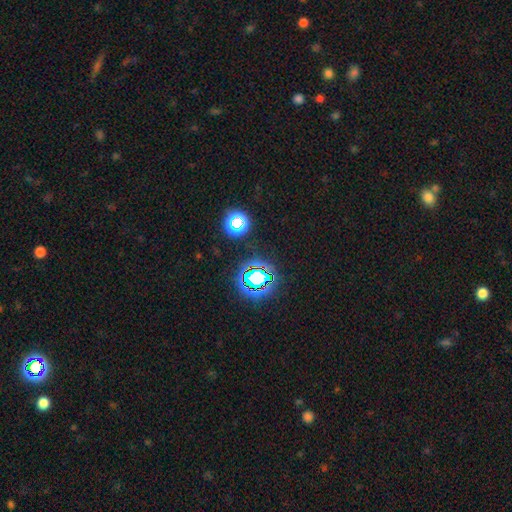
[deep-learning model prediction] A star or artifact, not a galaxy (74%).